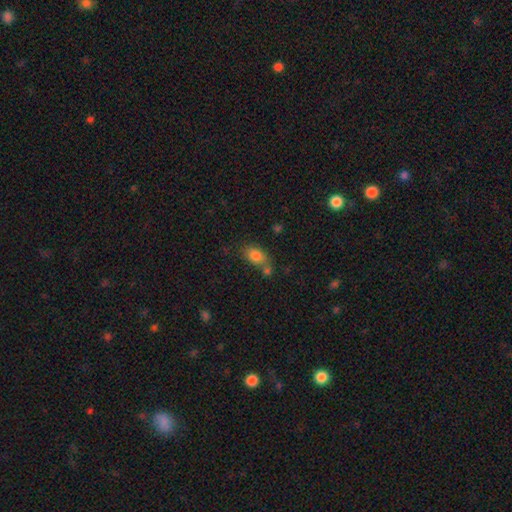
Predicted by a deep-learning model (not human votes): Q: Smooth or featured?
A: smooth (82%); runner-up: star or artifact (10%)
Q: How rounded?
A: in between (79%); runner-up: round (18%)
Q: Merging?
A: none (48%); runner-up: merger (29%)